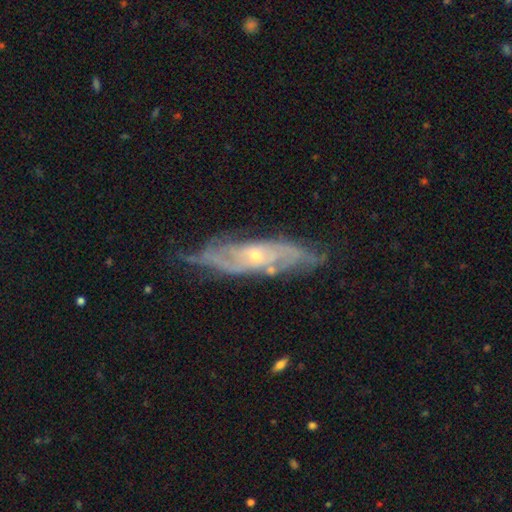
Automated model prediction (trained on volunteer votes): The model was most divided on "spiral arm count": can't tell: 43%, 2: 30%, 3: 12%, 4: 7%, more than 4: 4%, 1: 4%. More confident: spiral arms — yes (91%); smooth or featured — featured or disk (82%); edge-on disk — no (74%); merging — none (70%); bulge size — small (66%); bar — no (64%); spiral winding — tight (51%).